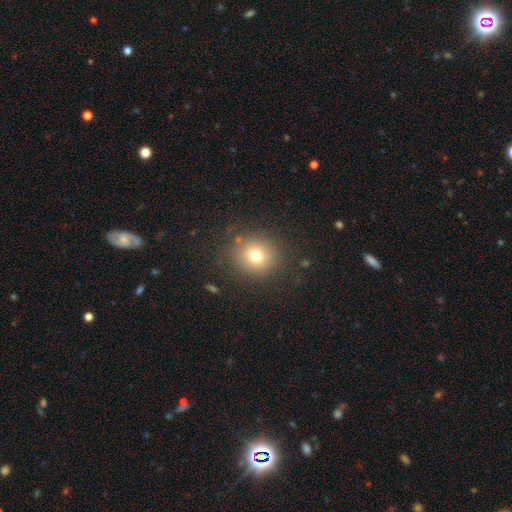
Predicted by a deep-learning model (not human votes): Smooth or featured? Predicted: smooth (p=0.74). How rounded? Predicted: round (p=0.89). Merging? Predicted: none (p=0.85).